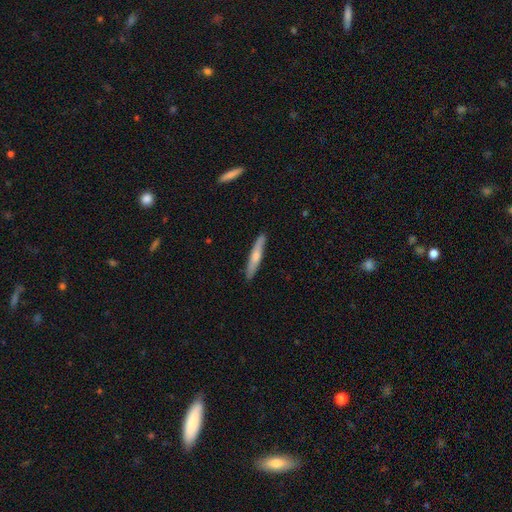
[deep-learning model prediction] Q: Smooth or featured?
A: smooth (59%); runner-up: featured or disk (36%)
Q: How rounded?
A: cigar-shaped (92%); runner-up: in between (6%)
Q: Merging?
A: none (90%); runner-up: minor disturbance (8%)